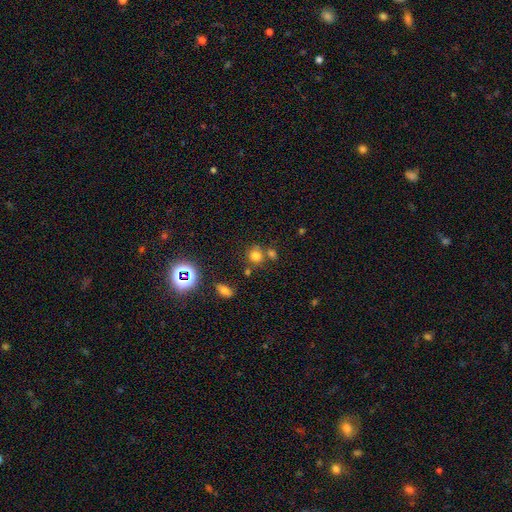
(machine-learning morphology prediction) smooth_or_featured: smooth (p=0.75) [alt: star or artifact p=0.17]
how_rounded: round (p=0.82) [alt: in between p=0.16]
merging: none (p=0.63) [alt: merger p=0.22]